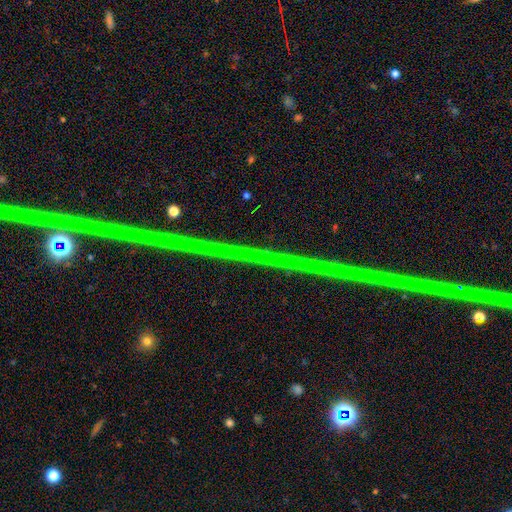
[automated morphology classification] This is clearly a star or artifact rather than a galaxy (87%).